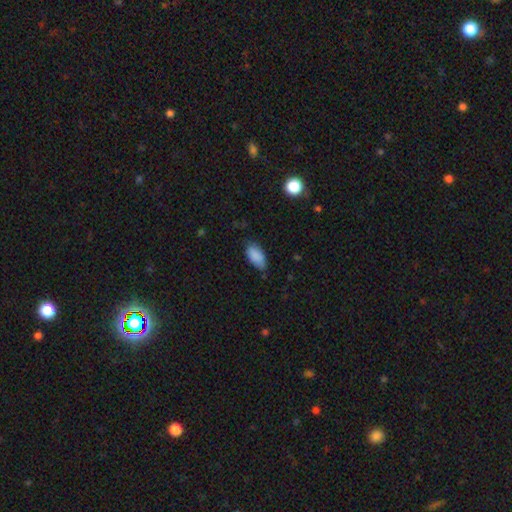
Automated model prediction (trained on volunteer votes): Smooth or featured? Predicted: smooth (p=0.88). How rounded? Predicted: in between (p=0.92). Merging? Predicted: none (p=0.68).